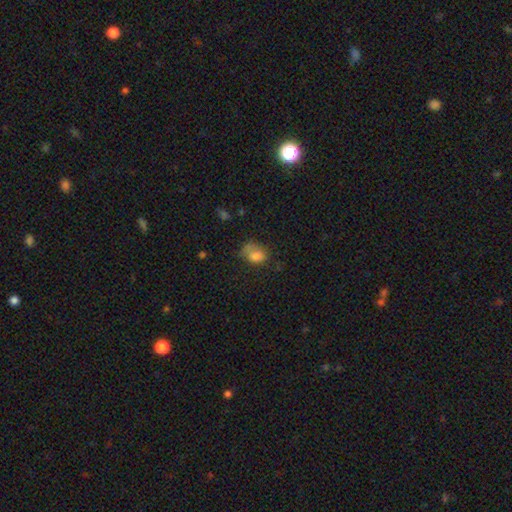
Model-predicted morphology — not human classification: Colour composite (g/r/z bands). It shows a smooth galaxy with no disk features (75%) that is in between round and cigar-shaped (70%). Merging: none (36%).